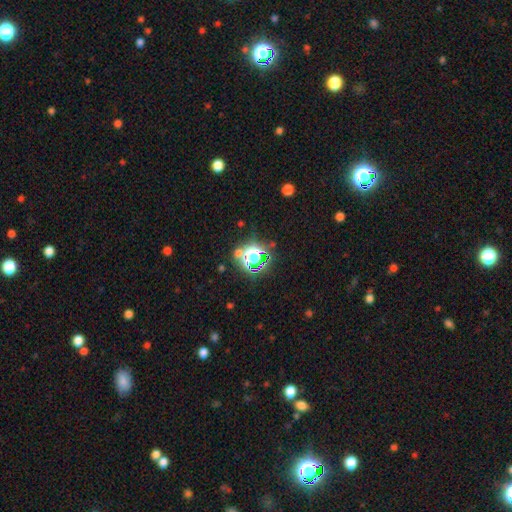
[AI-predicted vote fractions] Overall: star or artifact (57%; smooth 31%).